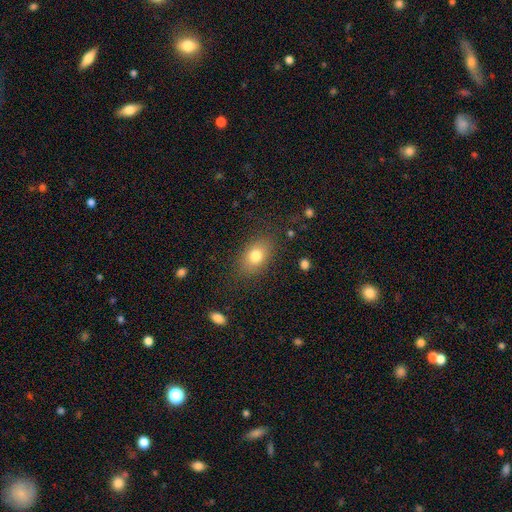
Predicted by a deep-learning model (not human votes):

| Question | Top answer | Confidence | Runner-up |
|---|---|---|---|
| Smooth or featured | smooth | 78% | featured or disk (12%) |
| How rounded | in between | 78% | round (20%) |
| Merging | none | 82% | minor disturbance (12%) |